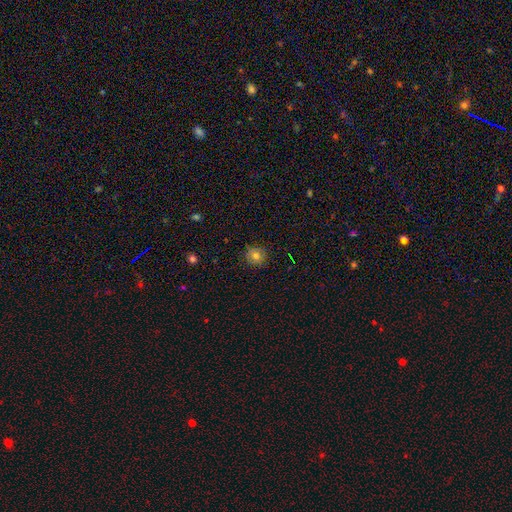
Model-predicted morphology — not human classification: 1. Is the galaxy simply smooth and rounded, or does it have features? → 77% smooth, 13% star or artifact, 10% featured or disk.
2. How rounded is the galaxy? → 90% round, 9% in between, 1% cigar-shaped.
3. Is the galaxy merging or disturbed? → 85% none, 12% minor disturbance, 2% major disturbance, 1% merger.